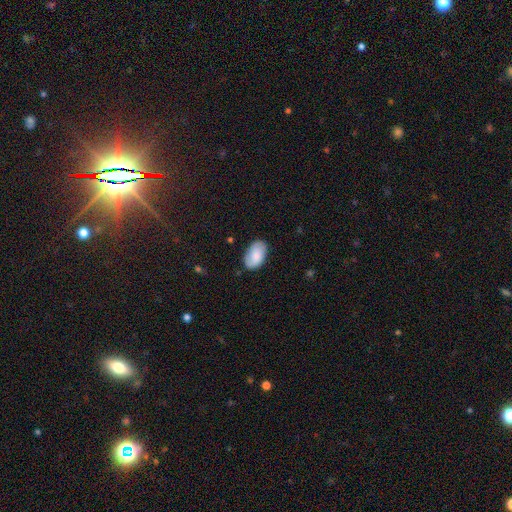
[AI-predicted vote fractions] smooth-or-featured: smooth: 78% | featured or disk: 15% | star or artifact: 6%
  how-rounded: in between: 94% | round: 5% | cigar-shaped: 1%
  merging: none: 79% | minor disturbance: 16% | major disturbance: 3% | merger: 1%